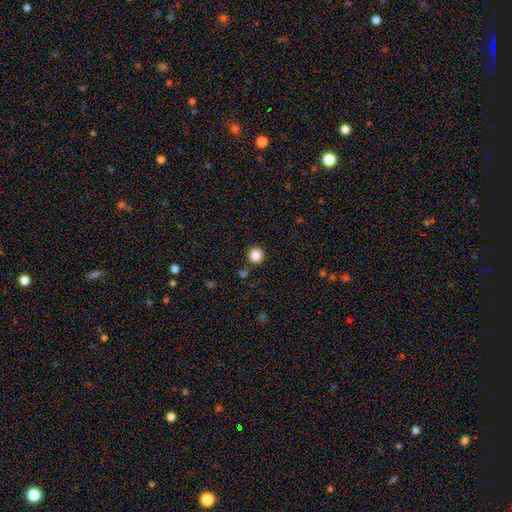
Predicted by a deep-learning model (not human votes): Q: Smooth or featured?
A: smooth (85%); runner-up: star or artifact (11%)
Q: How rounded?
A: round (94%); runner-up: in between (5%)
Q: Merging?
A: none (90%); runner-up: minor disturbance (5%)